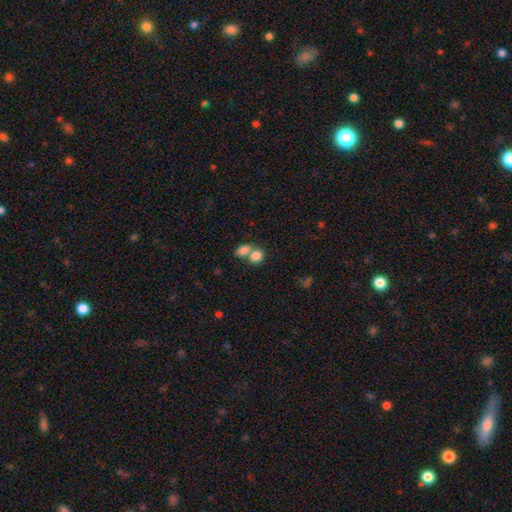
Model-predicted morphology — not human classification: Smooth or featured?
  - smooth: 83% *
  - star or artifact: 9%
  - featured or disk: 9%
How rounded?
  - in between: 53% *
  - round: 46%
  - cigar-shaped: 1%
Merging?
  - merger: 57% *
  - none: 32%
  - minor disturbance: 7%
  - major disturbance: 4%